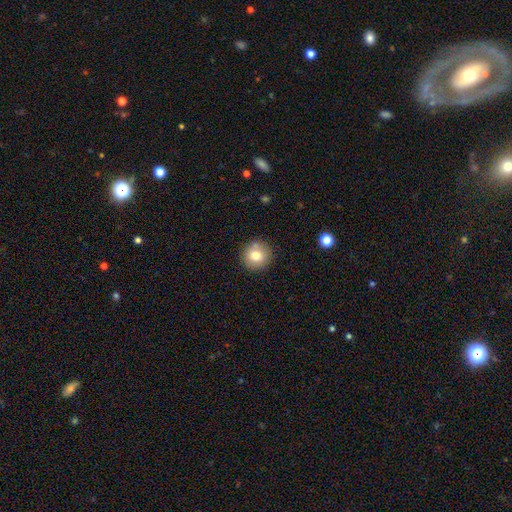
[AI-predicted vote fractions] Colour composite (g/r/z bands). It shows a smooth galaxy with no disk features (77%) that is round (93%). Merging: none (85%).